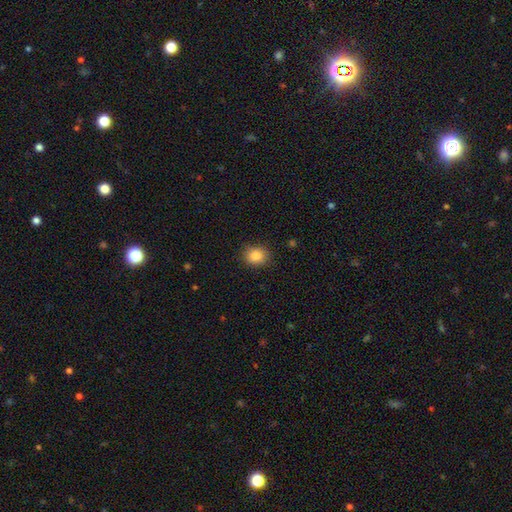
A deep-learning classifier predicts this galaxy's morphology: smooth-or-featured: smooth: 86% | star or artifact: 10% | featured or disk: 4%
  how-rounded: round: 66% | in between: 33% | cigar-shaped: 1%
  merging: none: 87% | minor disturbance: 9% | major disturbance: 3% | merger: 1%